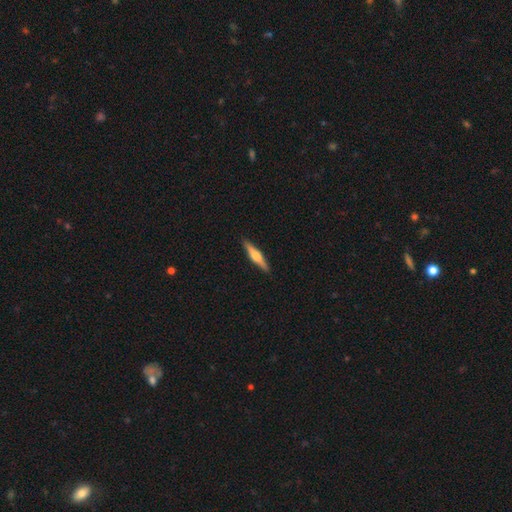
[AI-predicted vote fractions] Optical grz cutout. It shows a featured or disk galaxy (63%) viewed edge-on (98%) with a rounded central bulge (84%). Merging: none (91%).